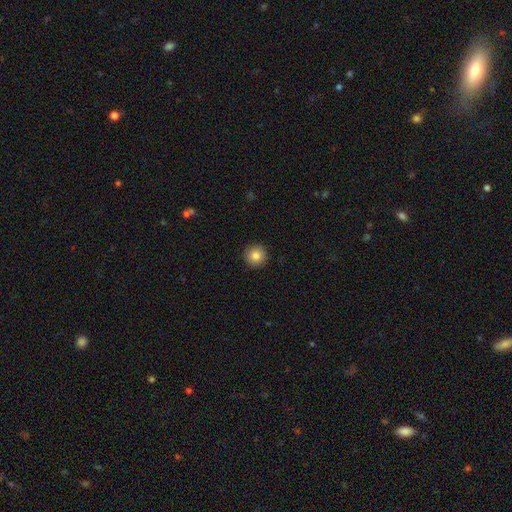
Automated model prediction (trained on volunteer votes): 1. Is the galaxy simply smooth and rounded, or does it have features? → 84% smooth, 9% star or artifact, 7% featured or disk.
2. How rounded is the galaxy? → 95% round, 4% in between, 1% cigar-shaped.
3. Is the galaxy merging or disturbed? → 92% none, 5% minor disturbance, 2% major disturbance, 1% merger.